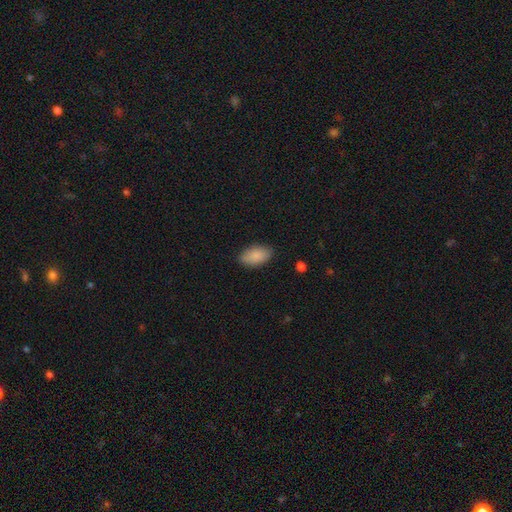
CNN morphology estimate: Smooth or featured? Predicted: smooth (p=0.88). How rounded? Predicted: in between (p=0.93). Merging? Predicted: none (p=0.84).